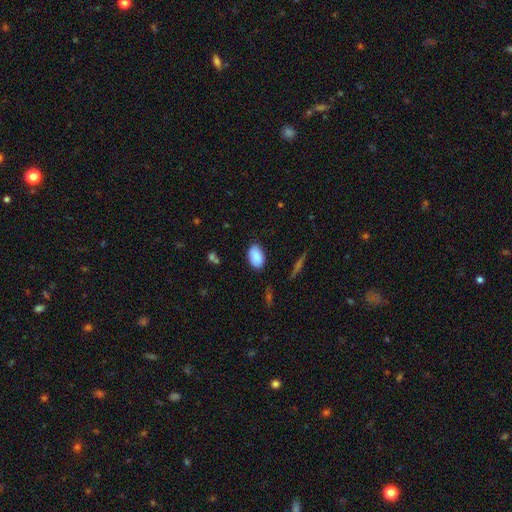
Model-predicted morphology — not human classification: Smooth or featured? Predicted: smooth (p=0.87). How rounded? Predicted: in between (p=0.91). Merging? Predicted: none (p=0.81).